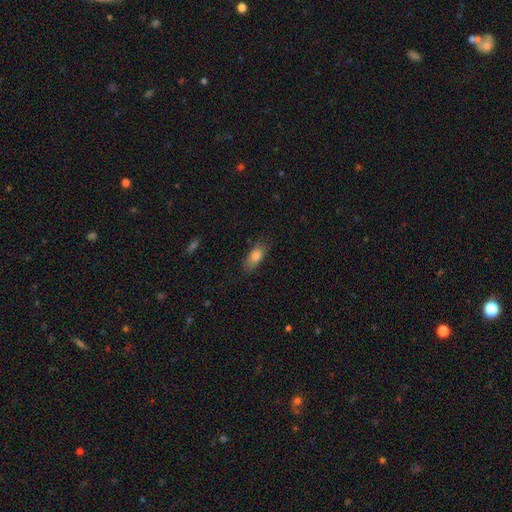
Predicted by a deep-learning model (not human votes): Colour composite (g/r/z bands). It shows a smooth galaxy with no disk features (83%) that is in between round and cigar-shaped (83%). Merging: none (76%).